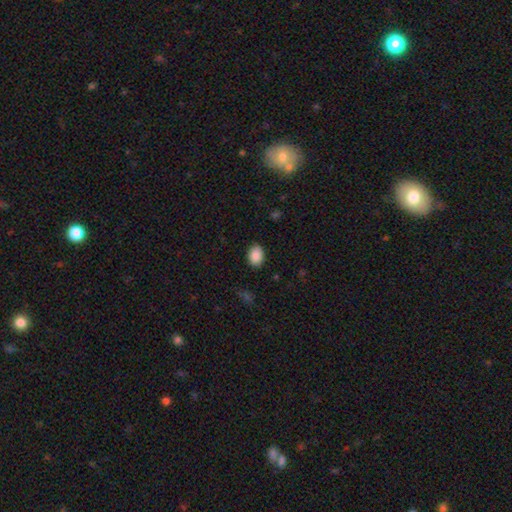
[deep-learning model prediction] Overall: smooth (89%). How rounded: in between (76%). Merging: none (86%).